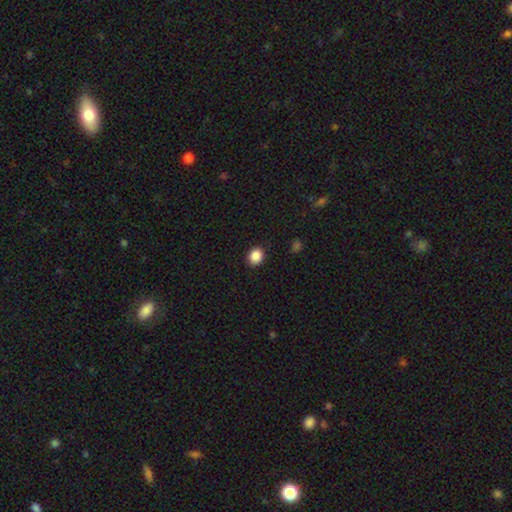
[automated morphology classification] Overall: smooth (87%). How rounded: round (67%; in between 32%). Merging: none (90%).